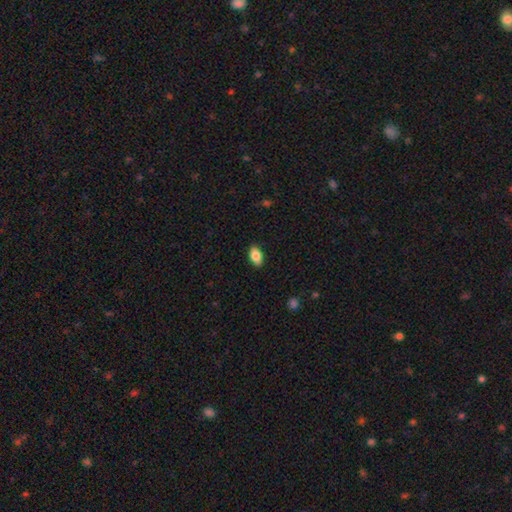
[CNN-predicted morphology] smooth 83%, featured or disk 10%, star or artifact 7%. Down the decision tree: how rounded — in between (91%); merging — none (88%).